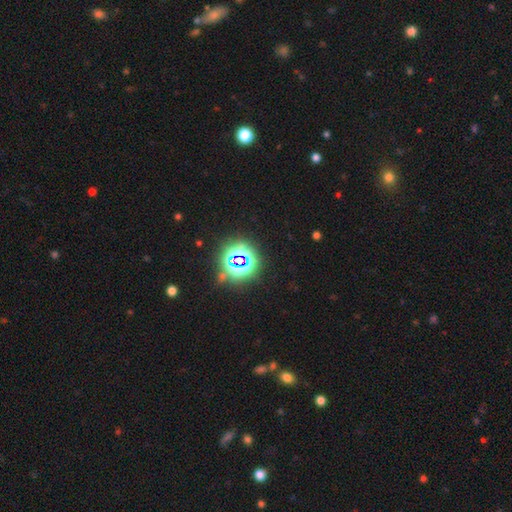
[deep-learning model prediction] Smooth or featured? Predicted: star or artifact (p=0.78).